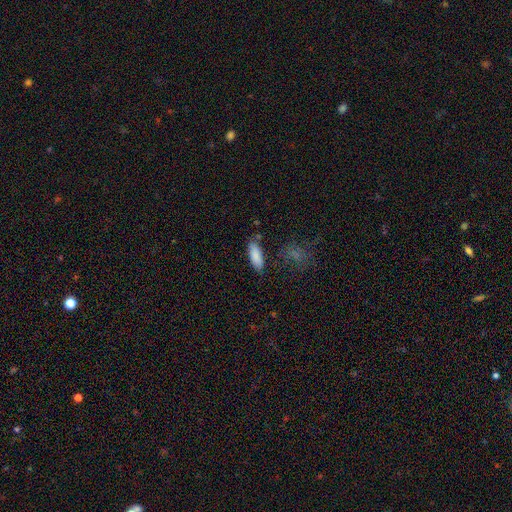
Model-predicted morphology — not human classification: This appears to be a smooth galaxy with no disk features (86%) that is in between round and cigar-shaped (68%). Merging: none (80%).